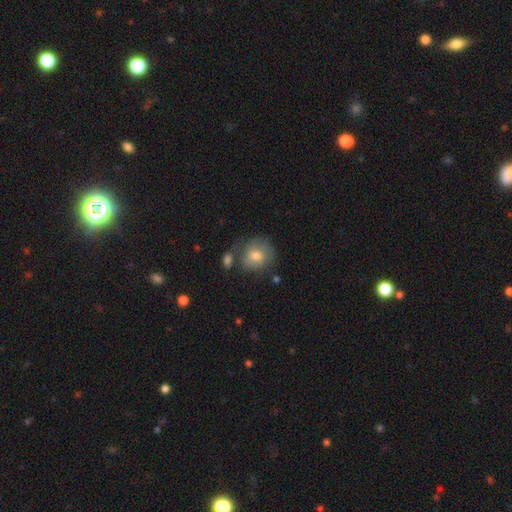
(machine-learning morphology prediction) Smooth or featured: smooth — 65% (featured or disk — 27%)
How rounded: round — 80% (in between — 19%)
Merging: none — 58% (minor disturbance — 22%)